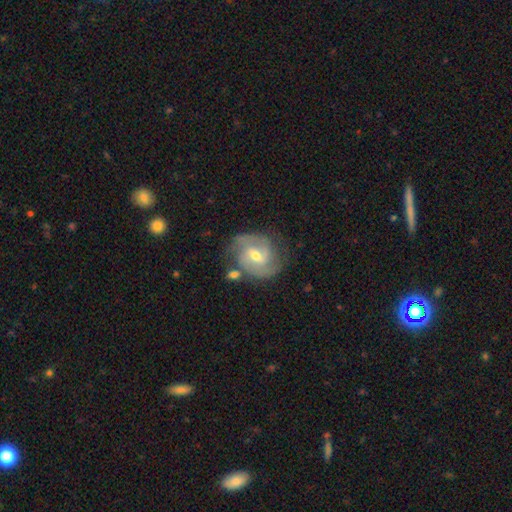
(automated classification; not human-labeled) The model was most divided on "spiral winding": medium: 49%, tight: 37%, loose: 14%. More confident: edge-on disk — no (97%); spiral arms — yes (95%); smooth or featured — featured or disk (82%); spiral arm count — 2 (71%); merging — none (69%); bar — weak (58%); bulge size — moderate (55%).